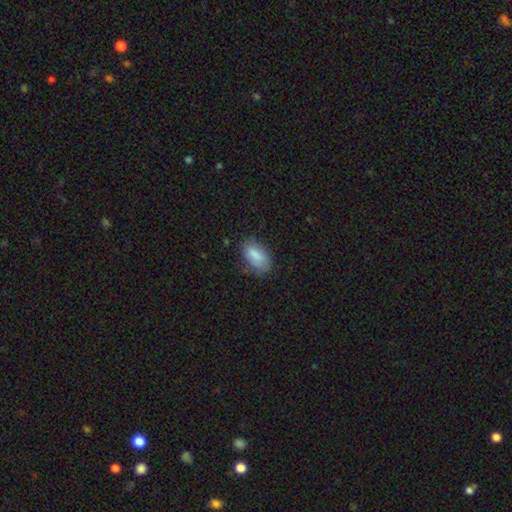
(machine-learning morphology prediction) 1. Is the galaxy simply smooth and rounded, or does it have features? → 84% smooth, 9% featured or disk, 7% star or artifact.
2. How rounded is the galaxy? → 92% in between, 4% round, 4% cigar-shaped.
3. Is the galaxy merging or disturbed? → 72% none, 21% minor disturbance, 6% major disturbance, 2% merger.